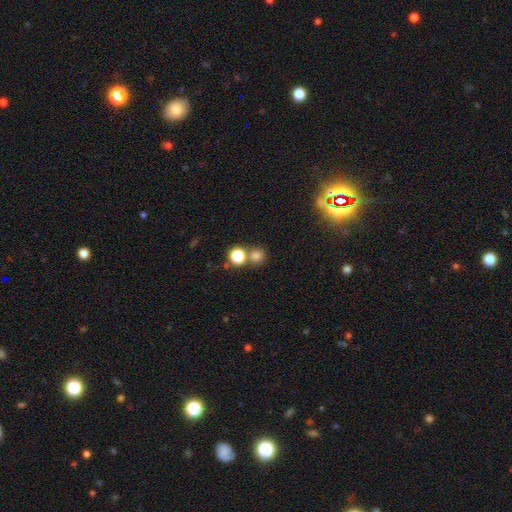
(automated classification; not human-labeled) Smooth or featured?
  - smooth: 78% *
  - star or artifact: 16%
  - featured or disk: 7%
How rounded?
  - round: 90% *
  - in between: 9%
  - cigar-shaped: 1%
Merging?
  - none: 62% *
  - merger: 29%
  - minor disturbance: 7%
  - major disturbance: 3%